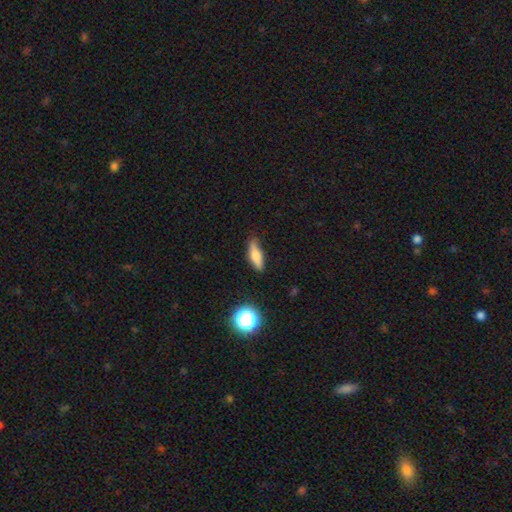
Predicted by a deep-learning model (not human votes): This is likely a smooth galaxy (61%). How rounded: possibly cigar-shaped (56%). Merging: clearly none (82%).